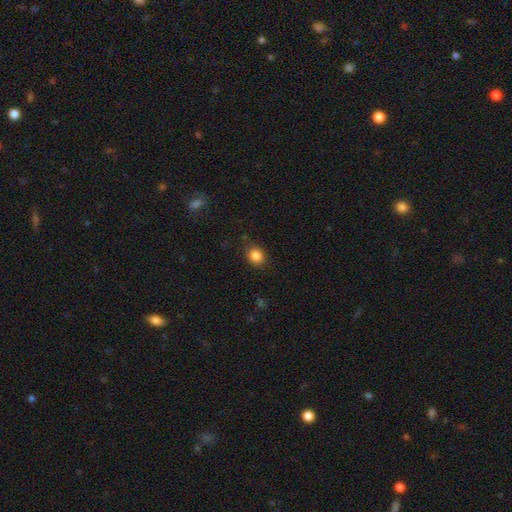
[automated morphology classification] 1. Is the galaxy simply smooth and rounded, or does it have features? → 85% smooth, 11% star or artifact, 5% featured or disk.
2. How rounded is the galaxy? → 70% round, 29% in between, 1% cigar-shaped.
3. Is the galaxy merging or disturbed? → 84% none, 12% minor disturbance, 3% major disturbance, 1% merger.